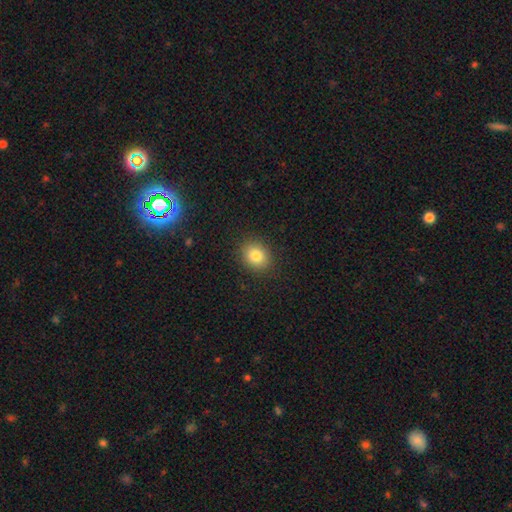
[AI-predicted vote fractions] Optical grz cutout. It shows a smooth galaxy with no disk features (82%) that is round (61%). Merging: none (89%).